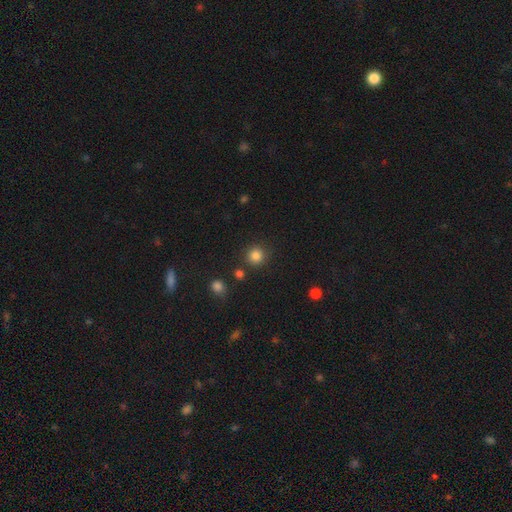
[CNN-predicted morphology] A smooth galaxy with no disk features (84%) that is round (92%). Merging: none (85%).